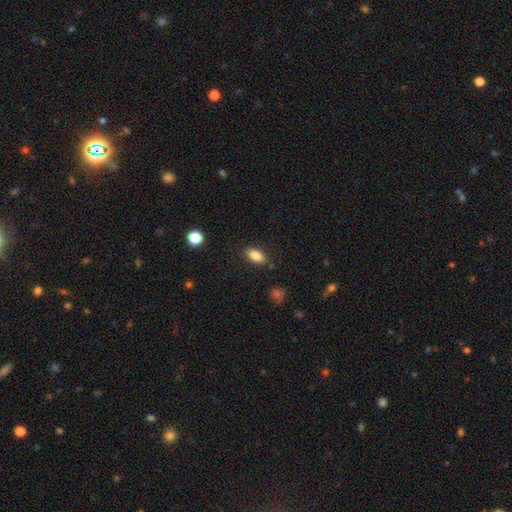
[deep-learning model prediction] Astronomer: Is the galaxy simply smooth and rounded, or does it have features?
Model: smooth — 85%.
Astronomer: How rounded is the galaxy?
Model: in between — 88%.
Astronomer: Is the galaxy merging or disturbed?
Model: none — 84%.